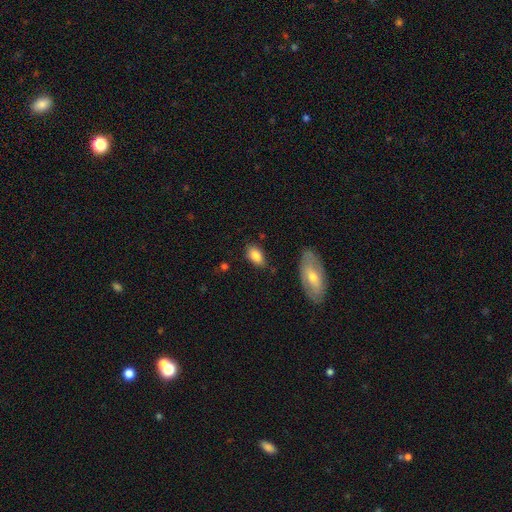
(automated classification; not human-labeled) The model was most divided on "merging": none: 75%, minor disturbance: 18%, major disturbance: 4%, merger: 3%. More confident: how rounded — in between (90%); smooth or featured — smooth (82%).